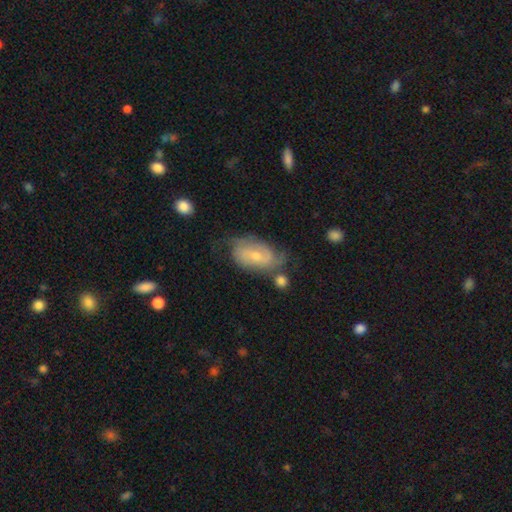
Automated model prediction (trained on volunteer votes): Smooth or featured: featured or disk — 63% (smooth — 30%)
Edge-on disk: no — 95% (yes — 5%)
Bar: no — 52% (weak — 38%)
Spiral arms: yes — 84% (no — 16%)
Spiral winding: medium — 39% (tied with tight — 39%)
Spiral arm count: 2 — 54% (can't tell — 29%)
Bulge size: small — 54% (moderate — 41%)
Merging: none — 48% (minor disturbance — 29%)